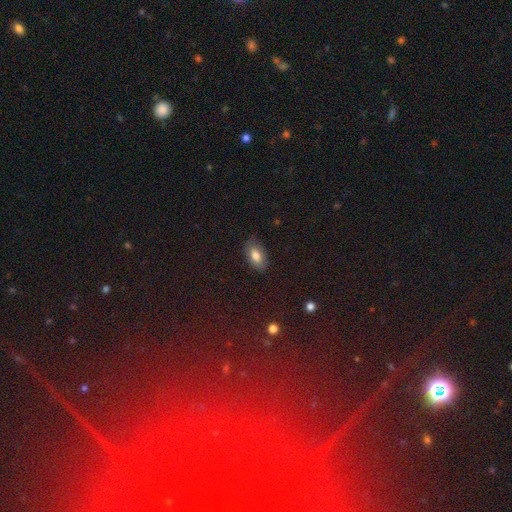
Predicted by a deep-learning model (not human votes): Smooth or featured? Predicted: smooth (p=0.78). How rounded? Predicted: in between (p=0.93). Merging? Predicted: none (p=0.80).